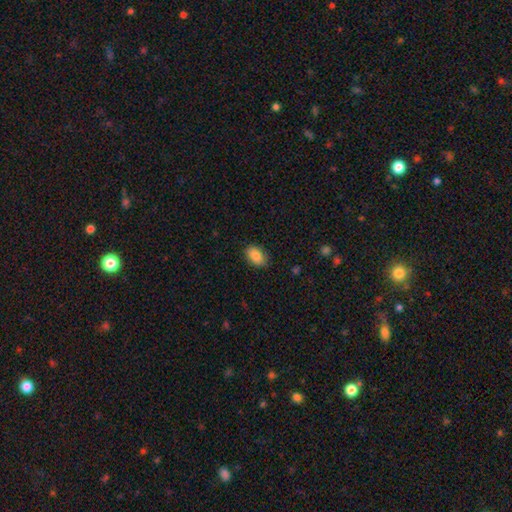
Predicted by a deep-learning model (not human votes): This is clearly a smooth galaxy (87%). How rounded: clearly in between (87%). Merging: clearly none (83%).